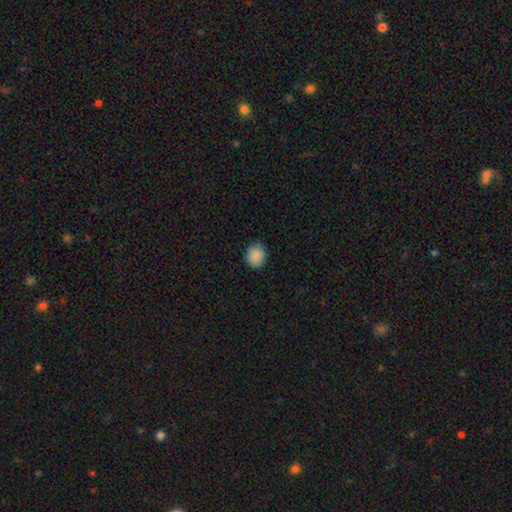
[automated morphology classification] The model was most divided on "how rounded": round: 66%, in between: 33%, cigar-shaped: 1%. More confident: smooth or featured — smooth (89%); merging — none (86%).